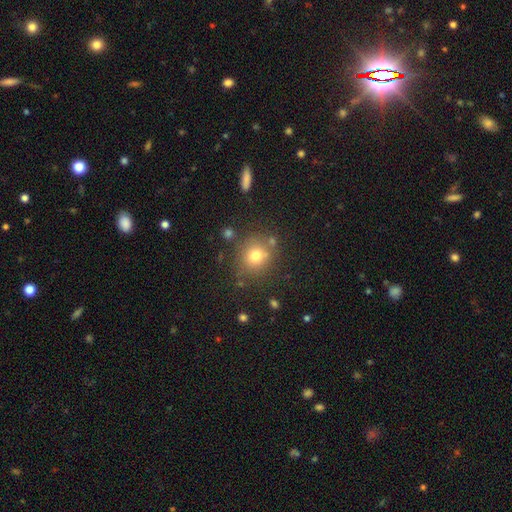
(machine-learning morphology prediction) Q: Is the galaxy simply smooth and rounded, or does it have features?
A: smooth — 75%.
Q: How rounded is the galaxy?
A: round — 86%.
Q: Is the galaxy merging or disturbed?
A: none — 77%.